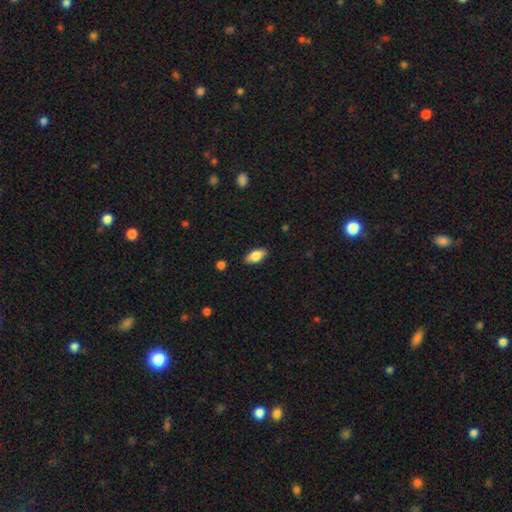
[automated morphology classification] Q: Smooth or featured?
A: smooth (80%); runner-up: featured or disk (13%)
Q: How rounded?
A: in between (89%); runner-up: cigar-shaped (8%)
Q: Merging?
A: none (86%); runner-up: minor disturbance (10%)